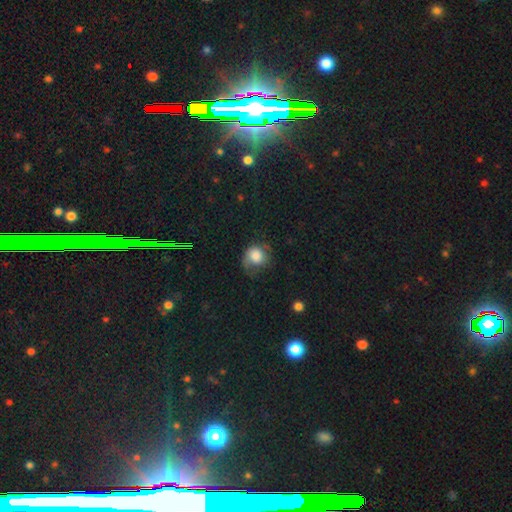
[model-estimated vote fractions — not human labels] Smooth or featured: smooth — 68% (featured or disk — 23%)
How rounded: round — 76% (in between — 23%)
Merging: none — 45% (minor disturbance — 30%)